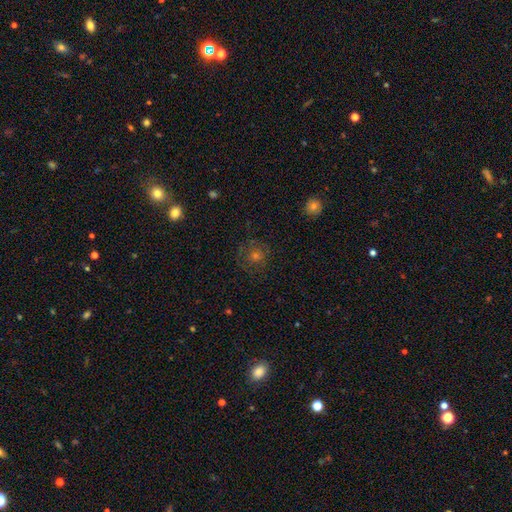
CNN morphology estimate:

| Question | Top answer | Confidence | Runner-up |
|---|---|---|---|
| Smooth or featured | smooth | 40% | featured or disk (31%) |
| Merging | none | 79% | minor disturbance (12%) |